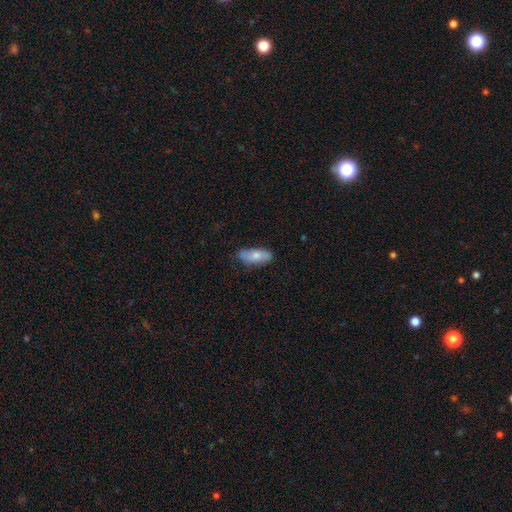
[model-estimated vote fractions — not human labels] Smooth or featured: smooth — 76% (featured or disk — 18%)
How rounded: in between — 83% (cigar-shaped — 14%)
Merging: none — 80% (minor disturbance — 16%)